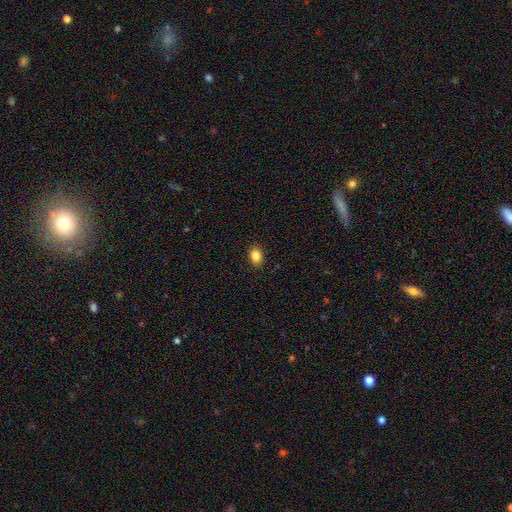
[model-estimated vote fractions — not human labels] A smooth galaxy with no disk features (85%) that is in between round and cigar-shaped (68%).

Vote fractions:
- Smooth or featured? smooth: 85% / star or artifact: 10% / featured or disk: 5%
- How rounded? in between: 68% / round: 31% / cigar-shaped: 1%
- Merging? none: 89% / minor disturbance: 8% / major disturbance: 2% / merger: 1%